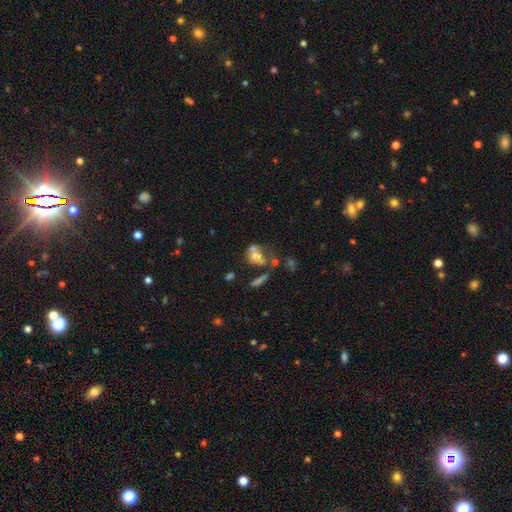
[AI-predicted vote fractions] The model was most divided on "merging": merger: 45%, none: 27%, minor disturbance: 14%, major disturbance: 13%. More confident: how rounded — in between (64%); smooth or featured — smooth (61%).